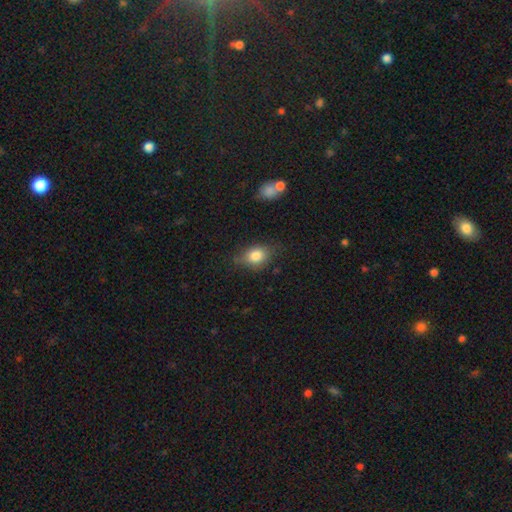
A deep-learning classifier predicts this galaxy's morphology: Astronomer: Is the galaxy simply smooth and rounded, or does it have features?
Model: smooth — 80%.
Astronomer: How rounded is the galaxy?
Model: in between — 66%.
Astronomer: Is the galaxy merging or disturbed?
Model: none — 64%.